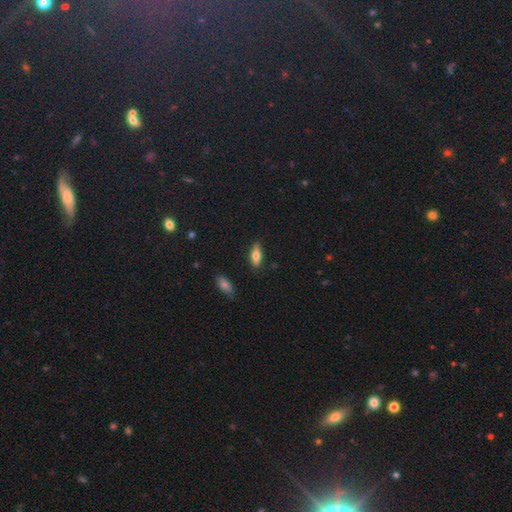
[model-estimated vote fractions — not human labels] Smooth or featured? smooth (65%)
How rounded? in between (67%)
Merging? none (83%)